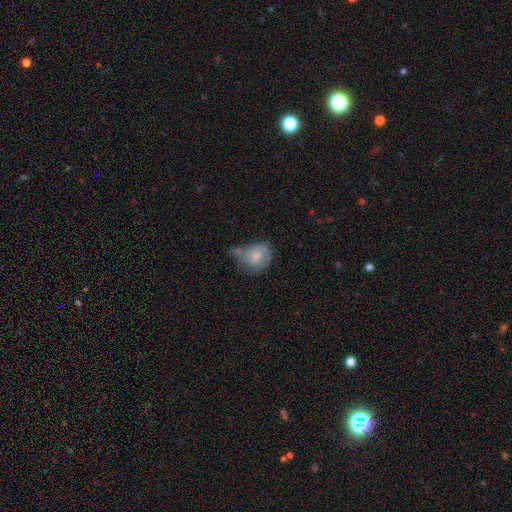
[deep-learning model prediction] Smooth or featured? smooth (71%)
How rounded? round (63%)
Merging? none (30%, tied with minor disturbance)